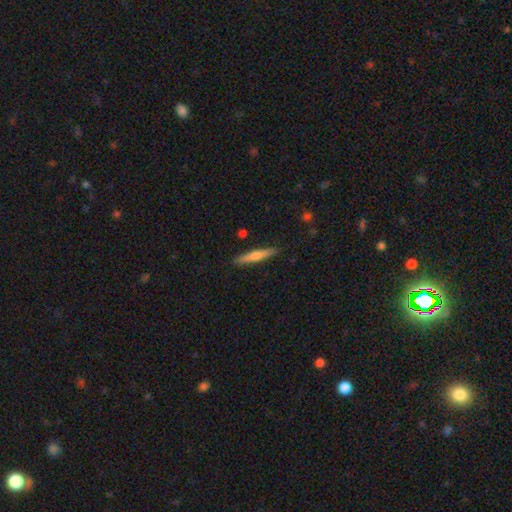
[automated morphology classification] Smooth or featured?
  - smooth: 51% *
  - featured or disk: 44%
  - star or artifact: 6%
How rounded?
  - cigar-shaped: 92% *
  - in between: 7%
  - round: 2%
Merging?
  - none: 89% *
  - minor disturbance: 8%
  - major disturbance: 2%
  - merger: 1%